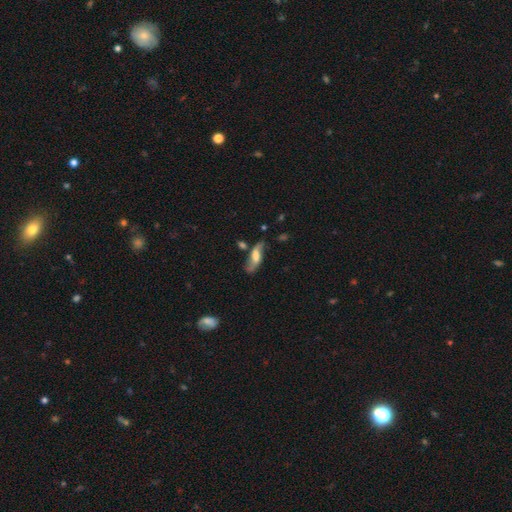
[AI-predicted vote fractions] The model was most divided on "smooth or featured": featured or disk: 51%, smooth: 41%, star or artifact: 8%. More confident: edge-on disk — no (75%); merging — none (52%).